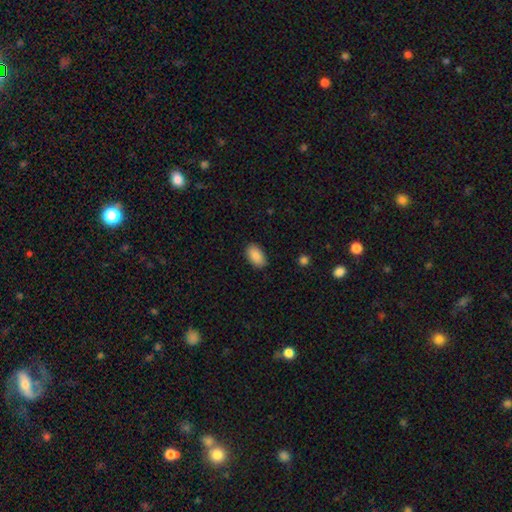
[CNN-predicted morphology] Smooth or featured? Predicted: smooth (p=0.88). How rounded? Predicted: in between (p=0.93). Merging? Predicted: none (p=0.85).